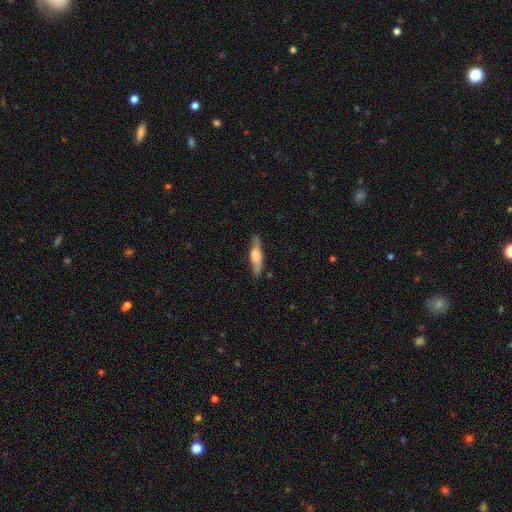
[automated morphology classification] Overall: smooth (49%; featured or disk 45%). Merging: none (81%).